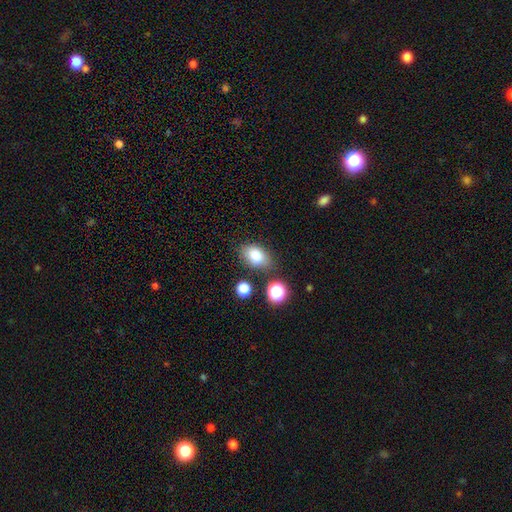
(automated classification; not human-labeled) This is likely a smooth galaxy (80%). How rounded: clearly in between (82%). Merging: likely none (75%).